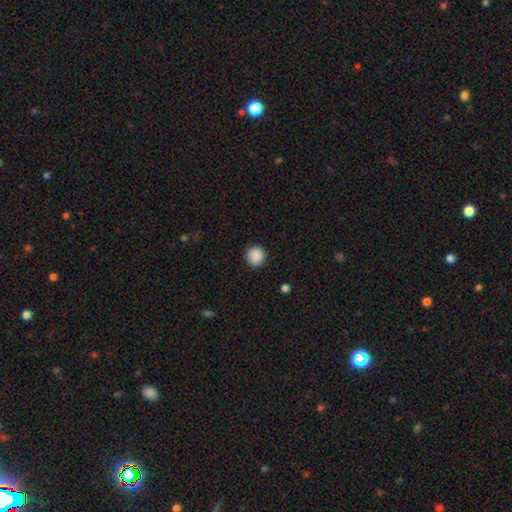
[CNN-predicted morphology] A smooth galaxy with no disk features (89%) that is round (92%). Merging: none (90%).